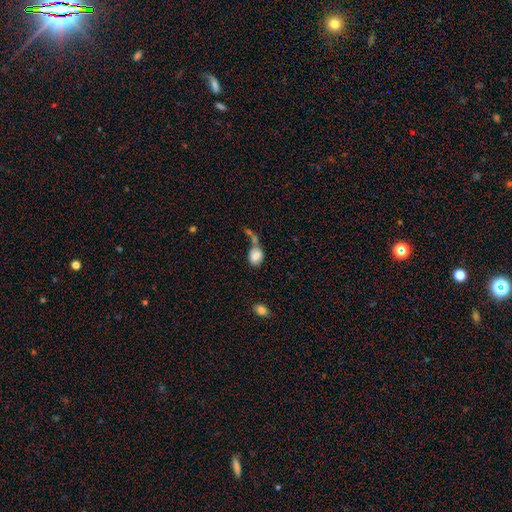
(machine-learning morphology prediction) smooth_or_featured: smooth (p=0.79) [alt: featured or disk p=0.13]
how_rounded: in between (p=0.62) [alt: round p=0.36]
merging: merger (p=0.37) [alt: none p=0.31]